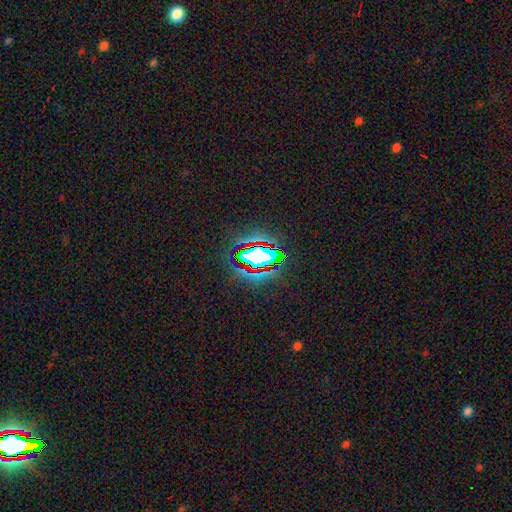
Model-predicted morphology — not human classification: type=star or artifact (72%).